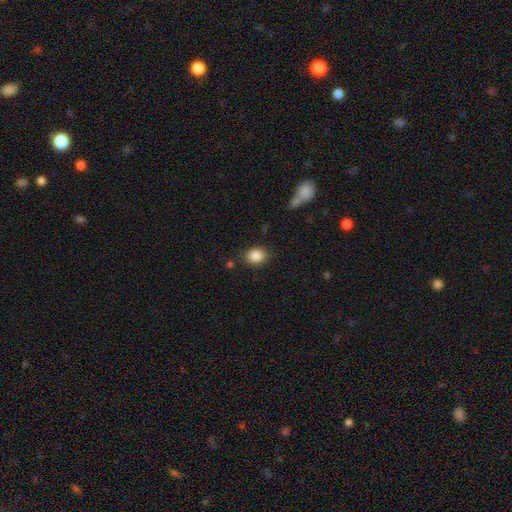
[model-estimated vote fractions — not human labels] Morphology: type=smooth (87%); roundness=in between (53%); merging=none (83%).